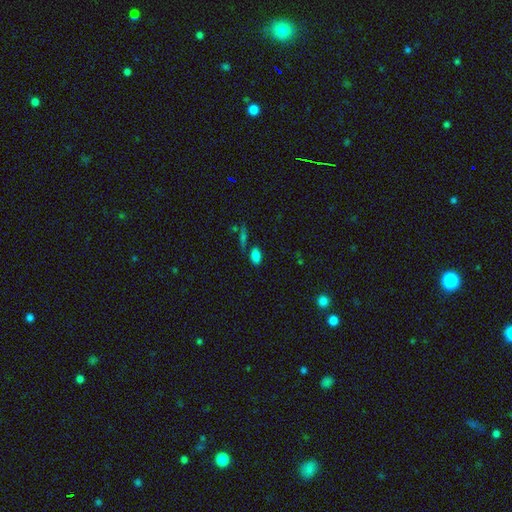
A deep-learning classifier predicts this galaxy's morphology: smooth-or-featured: smooth: 79% | star or artifact: 15% | featured or disk: 6%
  how-rounded: in between: 90% | round: 7% | cigar-shaped: 3%
  merging: none: 72% | minor disturbance: 13% | merger: 11% | major disturbance: 5%